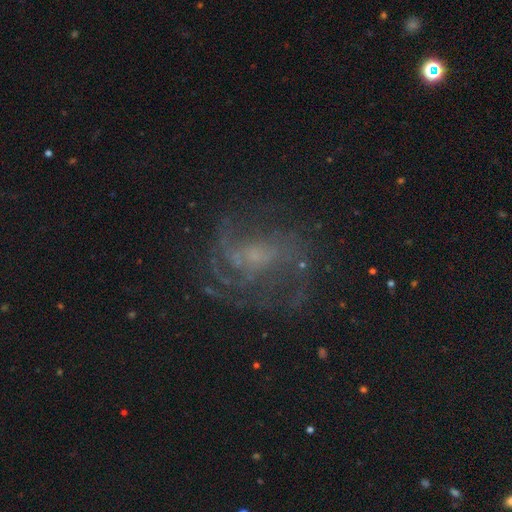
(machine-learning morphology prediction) The model was most divided on "spiral arm count": can't tell: 33%, 3: 20%, 2: 16%, 4: 16%, more than 4: 9%, 1: 7%. Remaining: edge-on disk — no (97%); spiral arms — yes (88%); smooth or featured — featured or disk (76%); merging — none (64%); bar — no (58%); bulge size — small (53%); spiral winding — medium (45%).